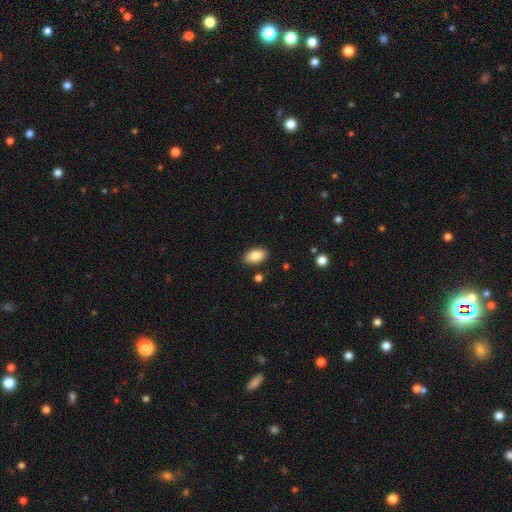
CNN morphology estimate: Smooth or featured? Predicted: smooth (p=0.86). How rounded? Predicted: in between (p=0.93). Merging? Predicted: none (p=0.87).